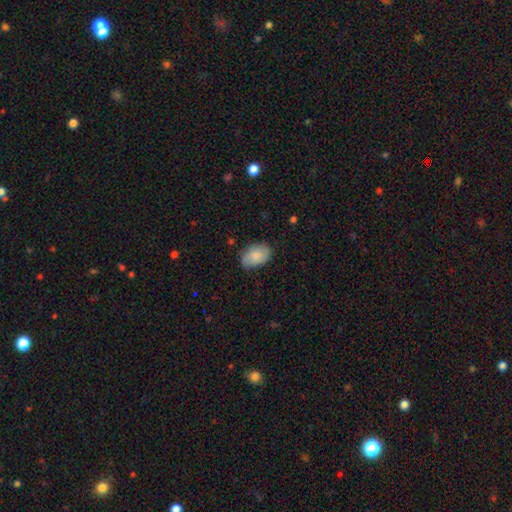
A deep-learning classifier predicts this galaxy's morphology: smooth_or_featured: smooth (p=0.84) [alt: featured or disk p=0.10]
how_rounded: in between (p=0.89) [alt: round p=0.10]
merging: none (p=0.79) [alt: minor disturbance p=0.17]